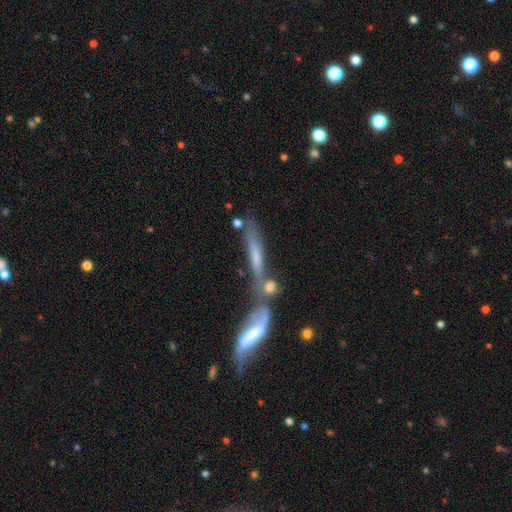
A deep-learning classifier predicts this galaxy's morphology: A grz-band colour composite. It shows a smooth galaxy with no disk features (46%). Merging: merger (50%).